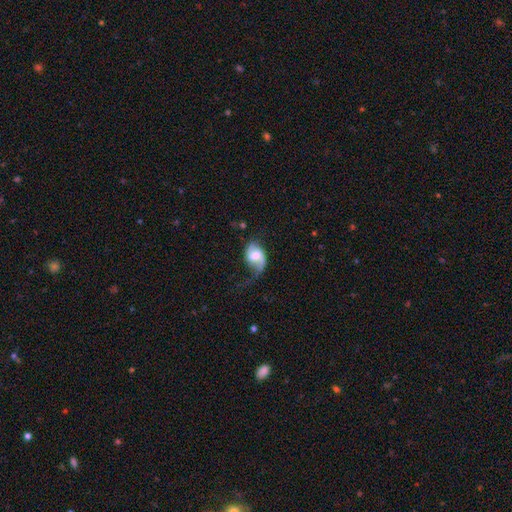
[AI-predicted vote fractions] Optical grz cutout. It shows a featured or disk galaxy (70%) with a weak bar (46%), 2 (73%) loose (62%) spiral arms (92%) and a moderate central bulge (56%). Merging: none (43%).